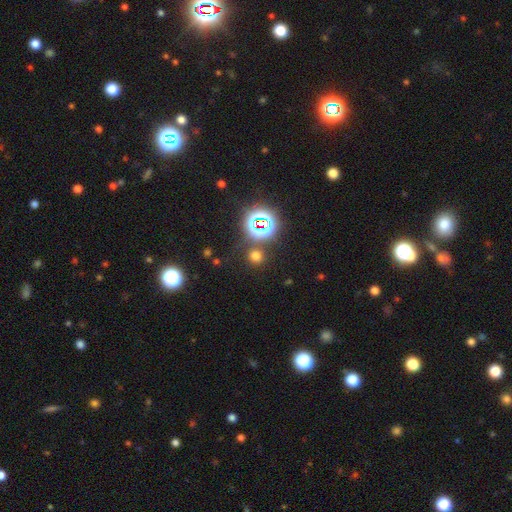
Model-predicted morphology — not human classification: Overall: smooth (61%; star or artifact 33%). How rounded: round (89%). Merging: none (83%).